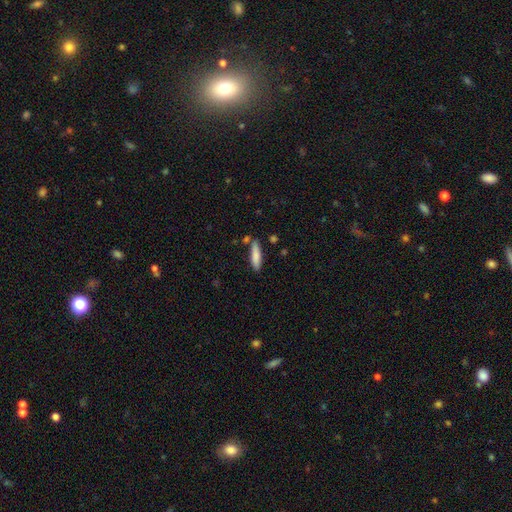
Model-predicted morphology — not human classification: Smooth or featured? Predicted: smooth (p=0.81). How rounded? Predicted: cigar-shaped (p=0.73). Merging? Predicted: none (p=0.77).